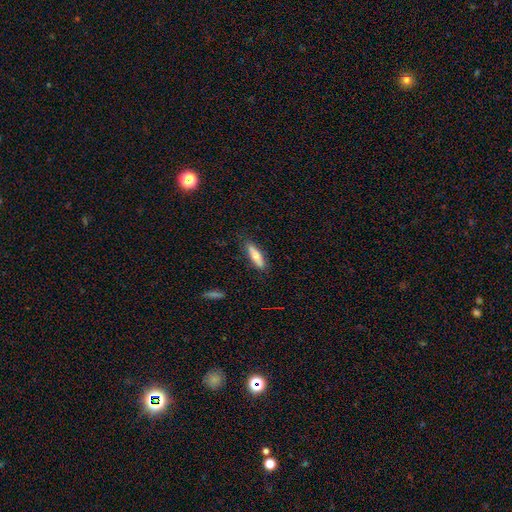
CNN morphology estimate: type=smooth (66%); roundness=cigar-shaped (63%); merging=none (83%).